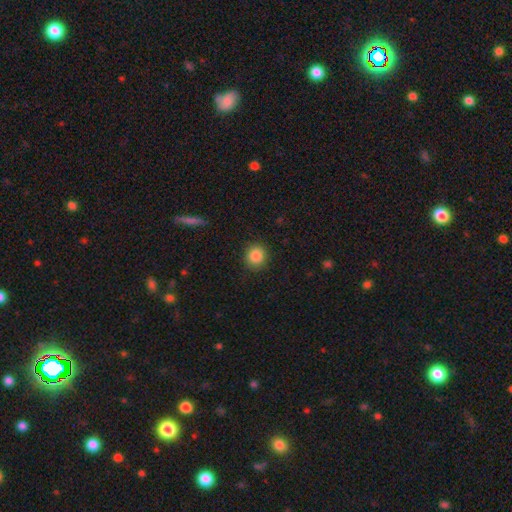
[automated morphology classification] A smooth galaxy with no disk features (87%) that is round (89%). Merging: none (89%).